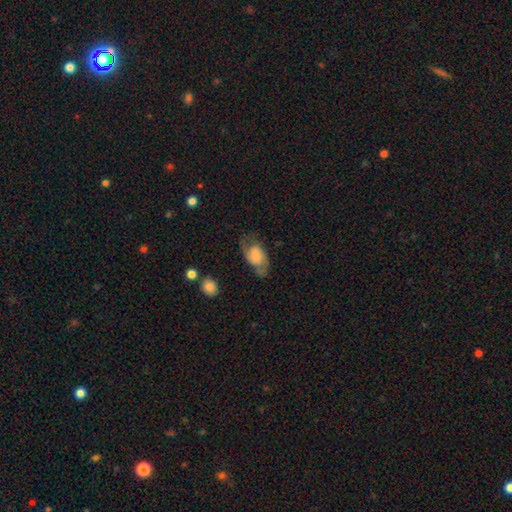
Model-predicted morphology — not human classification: A smooth galaxy with no disk features (46%, tied with featured or disk). Merging: none (54%).